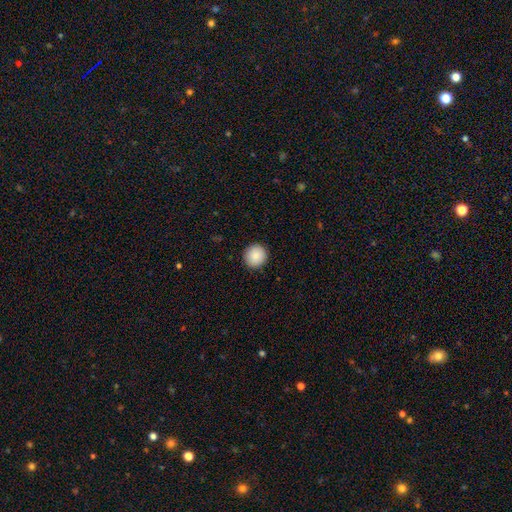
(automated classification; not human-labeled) Morphology: type=smooth (88%); roundness=round (94%); merging=none (92%).